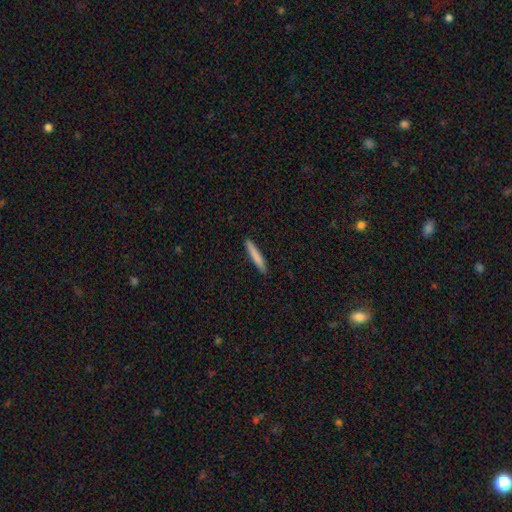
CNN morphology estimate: Smooth or featured: smooth — 78% (featured or disk — 16%)
How rounded: cigar-shaped — 95% (in between — 4%)
Merging: none — 91% (minor disturbance — 7%)